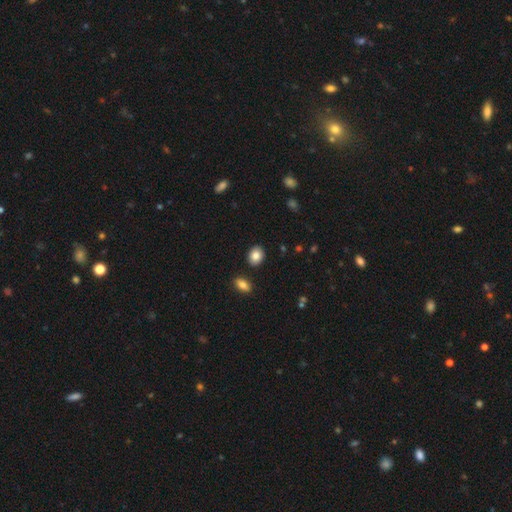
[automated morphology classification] Smooth or featured: smooth — 86% (star or artifact — 8%)
How rounded: in between — 56% (round — 43%)
Merging: none — 87% (minor disturbance — 8%)